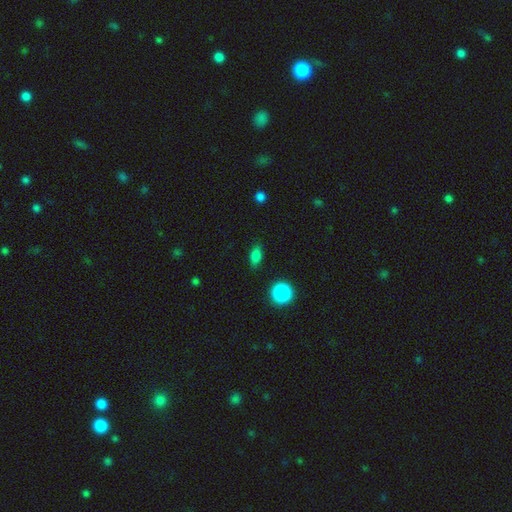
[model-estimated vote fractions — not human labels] Q: Smooth or featured?
A: smooth (82%); runner-up: star or artifact (12%)
Q: How rounded?
A: in between (79%); runner-up: round (14%)
Q: Merging?
A: none (84%); runner-up: minor disturbance (11%)